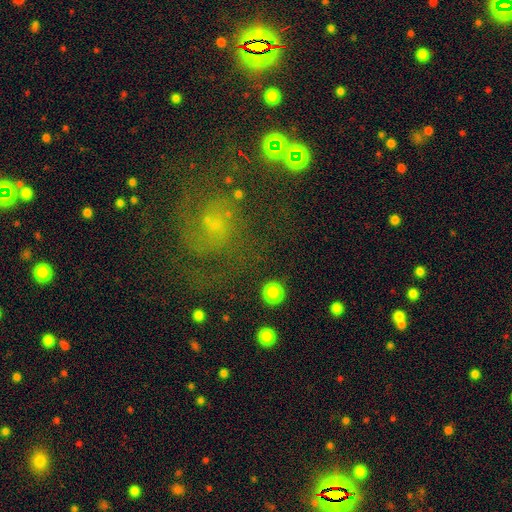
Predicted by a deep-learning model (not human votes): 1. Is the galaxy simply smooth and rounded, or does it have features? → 38% featured or disk, 37% star or artifact, 25% smooth.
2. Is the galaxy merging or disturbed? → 67% none, 15% minor disturbance, 14% major disturbance, 4% merger.